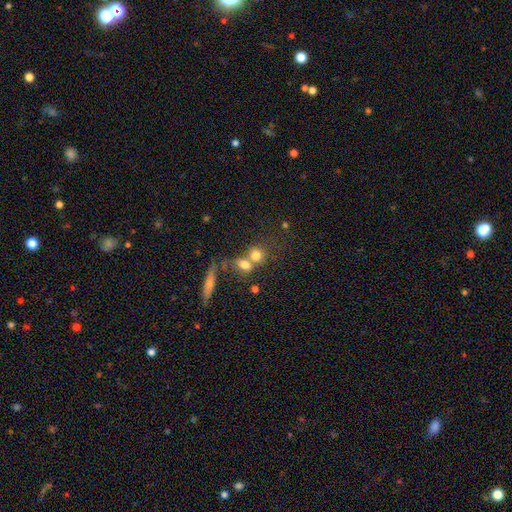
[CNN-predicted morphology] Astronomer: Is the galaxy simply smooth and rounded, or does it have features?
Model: smooth — 74%.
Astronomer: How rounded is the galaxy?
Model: round — 65%.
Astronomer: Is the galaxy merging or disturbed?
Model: merger — 56% (runner-up: none, 31%).